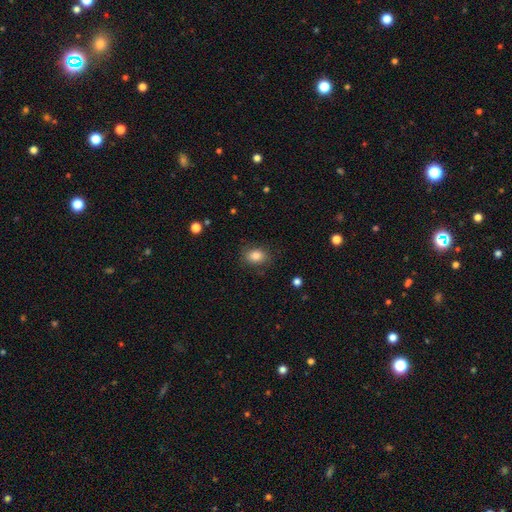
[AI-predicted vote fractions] This is clearly a smooth galaxy (84%). How rounded: likely in between (67%). Merging: clearly none (81%).